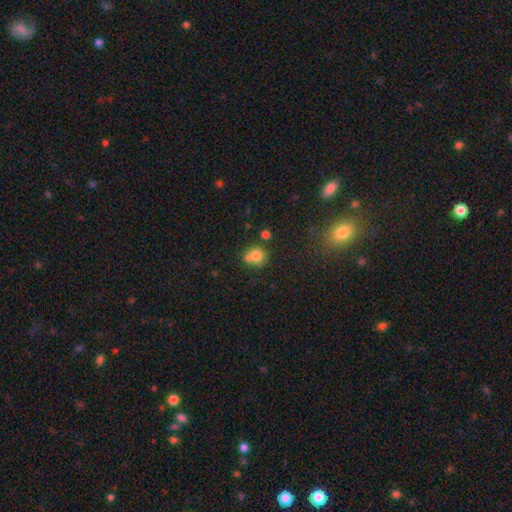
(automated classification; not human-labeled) Morphology: type=smooth (75%); roundness=round (82%); merging=none (46%).